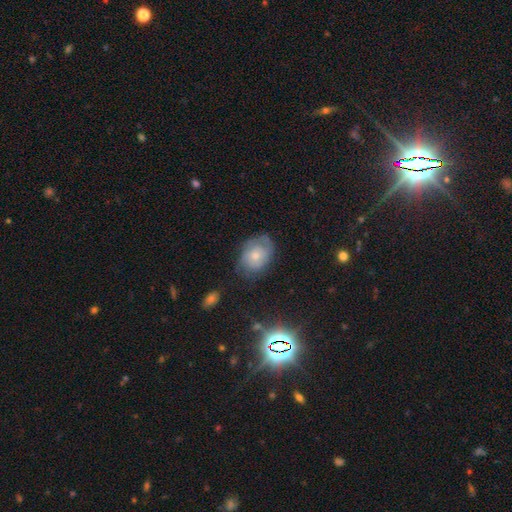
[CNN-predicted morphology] The model was most divided on "smooth or featured": smooth: 54%, featured or disk: 37%, star or artifact: 9%. More confident: how rounded — in between (70%); merging — none (60%).